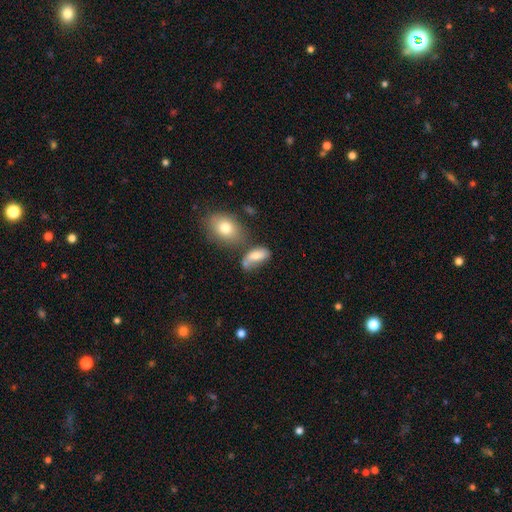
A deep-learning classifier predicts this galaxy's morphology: Smooth or featured? smooth (74%)
How rounded? in between (87%)
Merging? none (37%)